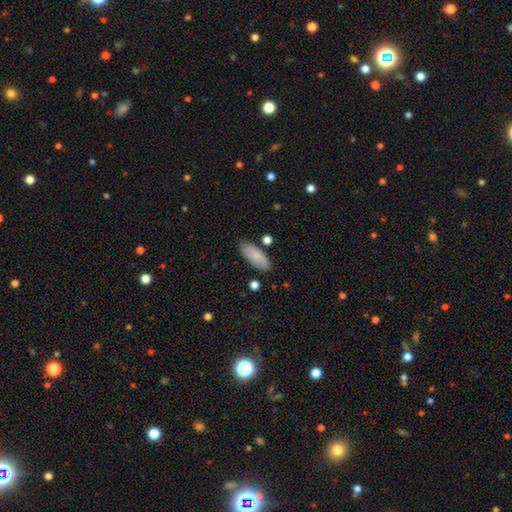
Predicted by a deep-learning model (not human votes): The model was most divided on "how rounded": in between: 83%, cigar-shaped: 15%, round: 2%. More confident: smooth or featured — smooth (84%); merging — none (82%).